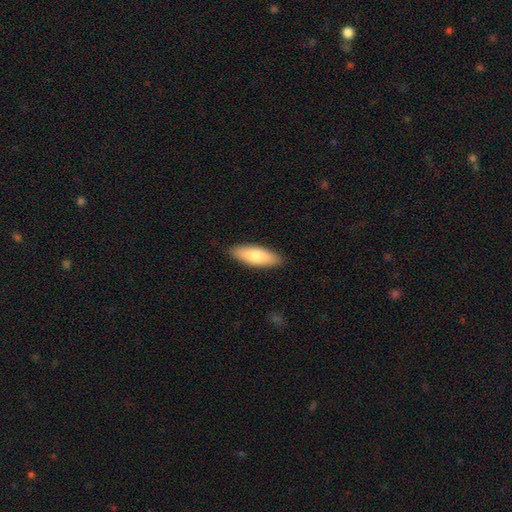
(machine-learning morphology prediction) This appears to be a smooth galaxy with no disk features (78%) that is in between round and cigar-shaped (62%). Merging: none (89%).